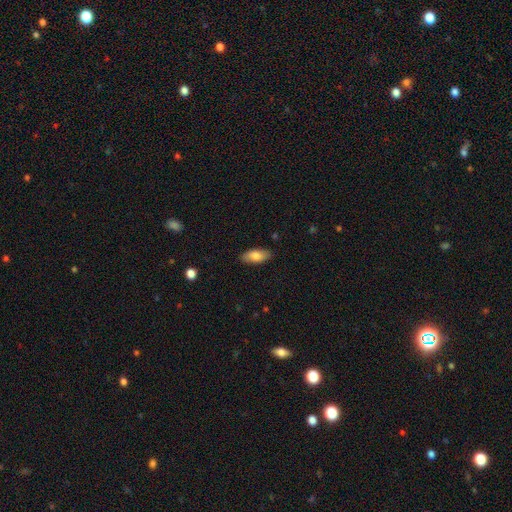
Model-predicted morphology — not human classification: The model was most divided on "smooth or featured": smooth: 81%, featured or disk: 13%, star or artifact: 6%. More confident: merging — none (87%); how rounded — in between (85%).